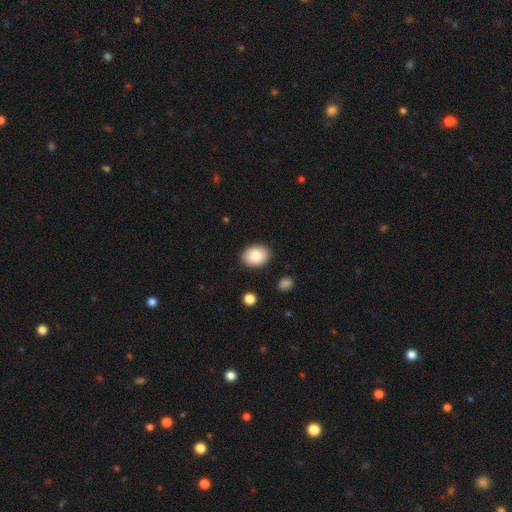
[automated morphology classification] smooth-or-featured: smooth: 88% | star or artifact: 7% | featured or disk: 5%
  how-rounded: in between: 65% | round: 34% | cigar-shaped: 1%
  merging: none: 87% | minor disturbance: 9% | major disturbance: 2% | merger: 2%